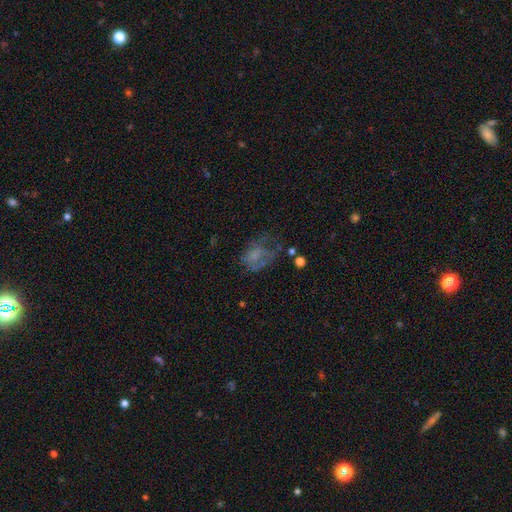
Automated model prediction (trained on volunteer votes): smooth 52%, featured or disk 33%, star or artifact 15%. Down the decision tree: how rounded — in between (71%); merging — major disturbance (42%).